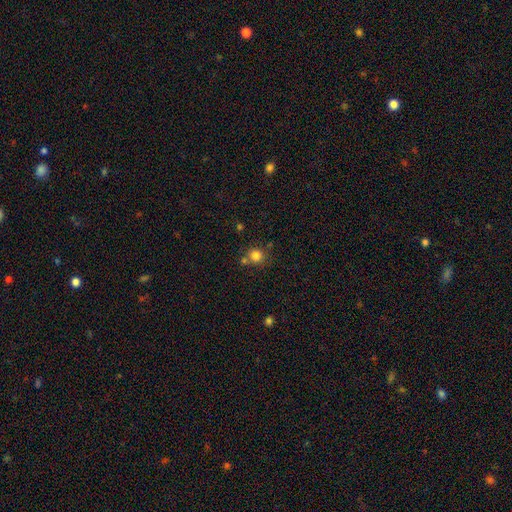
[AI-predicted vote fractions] smooth_or_featured: smooth (p=0.82) [alt: star or artifact p=0.12]
how_rounded: round (p=0.89) [alt: in between p=0.10]
merging: none (p=0.67) [alt: merger p=0.19]